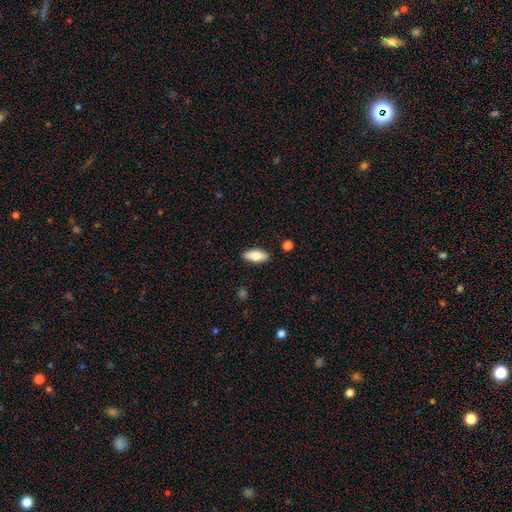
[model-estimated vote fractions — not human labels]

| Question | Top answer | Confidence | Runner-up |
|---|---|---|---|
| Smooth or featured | smooth | 81% | featured or disk (13%) |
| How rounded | in between | 77% | cigar-shaped (21%) |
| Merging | none | 87% | minor disturbance (9%) |